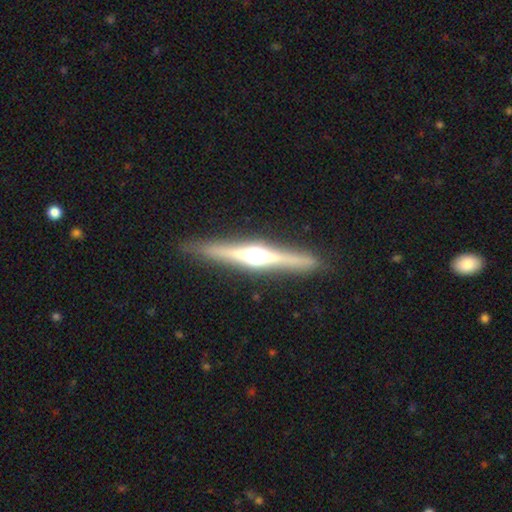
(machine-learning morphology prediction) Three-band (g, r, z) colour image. It shows a featured or disk galaxy (79%) viewed edge-on (97%) with a rounded central bulge (94%). Merging: none (88%).